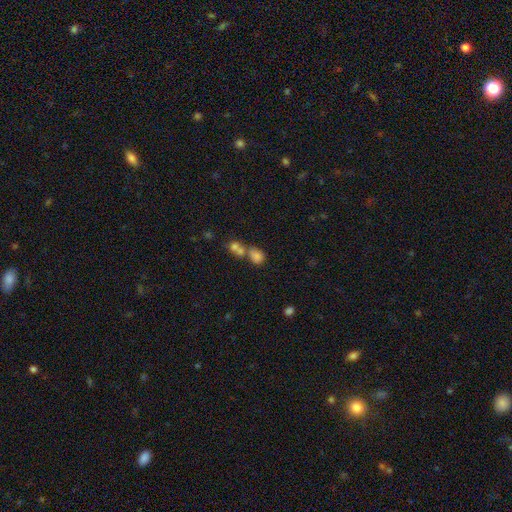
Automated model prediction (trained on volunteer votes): smooth 72%, star or artifact 16%, featured or disk 12%. Down the decision tree: how rounded — round (56%); merging — merger (55%).